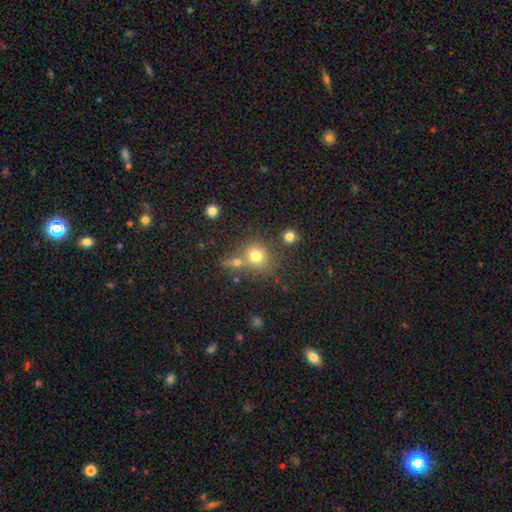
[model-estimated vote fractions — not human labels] Overall: smooth (75%). How rounded: round (79%). Merging: none (58%; merger 26%).